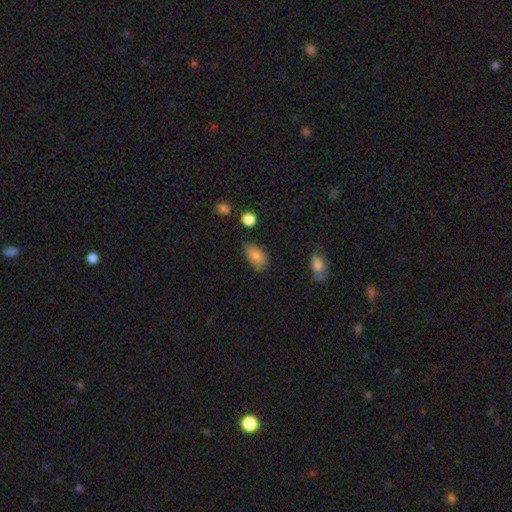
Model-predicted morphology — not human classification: Overall: smooth (83%). How rounded: in between (91%). Merging: none (75%).